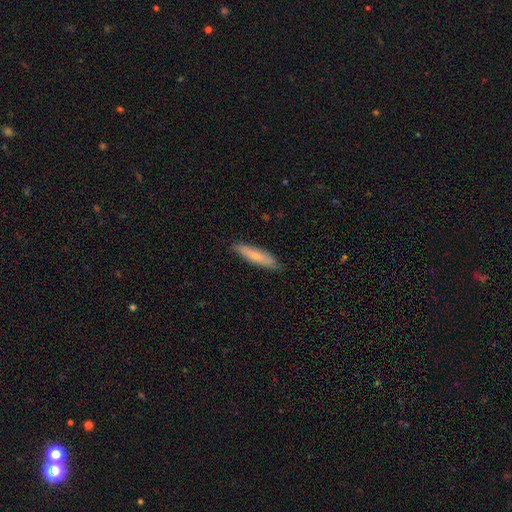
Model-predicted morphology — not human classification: Smooth or featured? Predicted: smooth (p=0.73). How rounded? Predicted: cigar-shaped (p=0.83). Merging? Predicted: none (p=0.85).